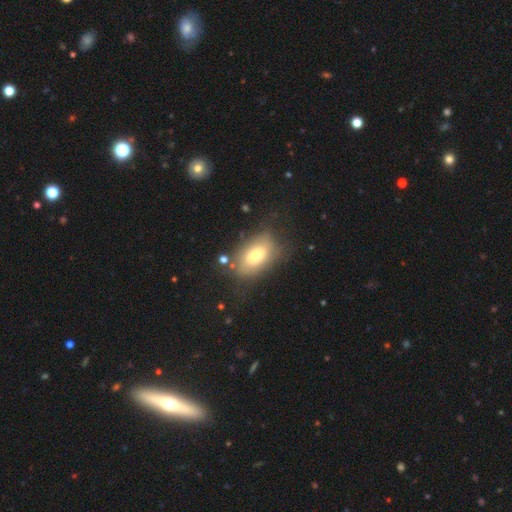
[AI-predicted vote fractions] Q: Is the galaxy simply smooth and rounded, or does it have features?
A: smooth — 72%.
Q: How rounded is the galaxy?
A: in between — 90%.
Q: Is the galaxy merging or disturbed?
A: none — 64%.